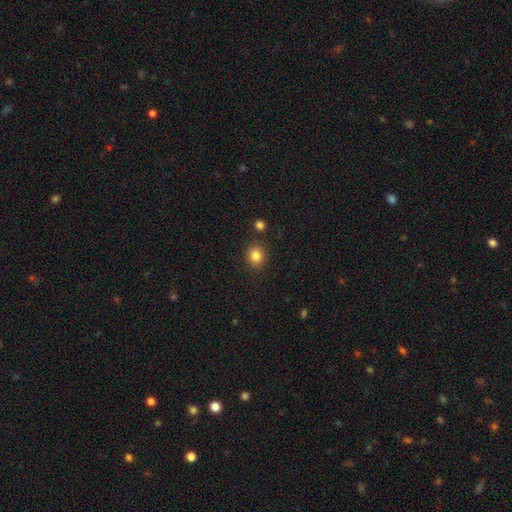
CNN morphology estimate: Smooth or featured: smooth — 84% (star or artifact — 11%)
How rounded: round — 75% (in between — 24%)
Merging: none — 86% (minor disturbance — 8%)